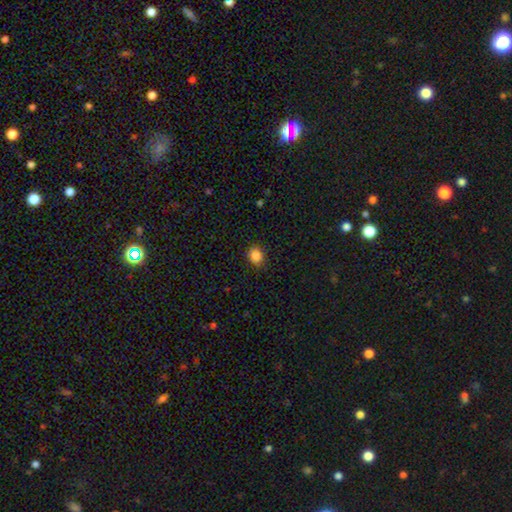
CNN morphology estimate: Q: Smooth or featured?
A: smooth (86%); runner-up: star or artifact (10%)
Q: How rounded?
A: round (73%); runner-up: in between (26%)
Q: Merging?
A: none (89%); runner-up: minor disturbance (8%)